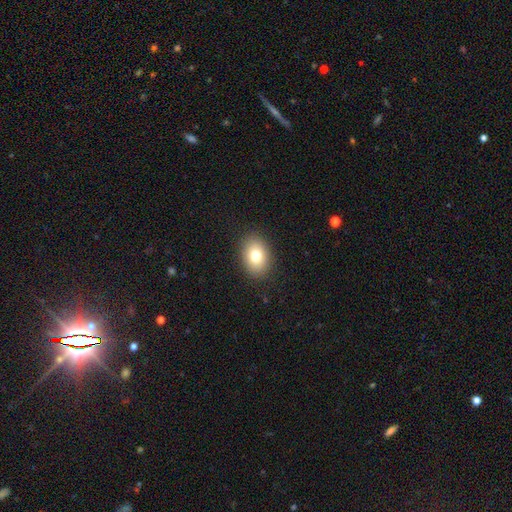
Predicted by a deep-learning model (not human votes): smooth-or-featured: smooth: 77% | featured or disk: 12% | star or artifact: 10%
  how-rounded: in between: 72% | round: 27% | cigar-shaped: 1%
  merging: none: 89% | minor disturbance: 8% | major disturbance: 2% | merger: 1%